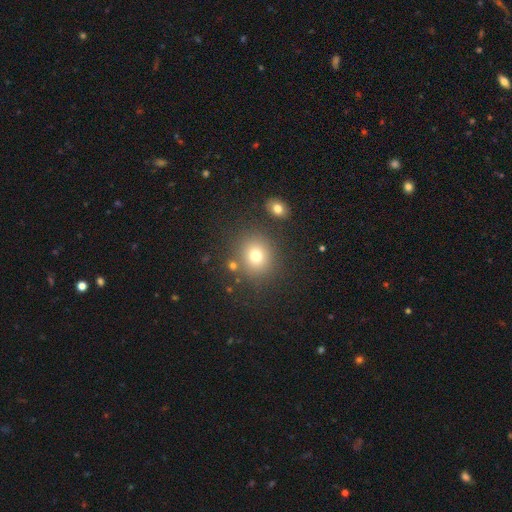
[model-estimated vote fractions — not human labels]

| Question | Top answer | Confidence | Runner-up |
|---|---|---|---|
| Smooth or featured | smooth | 74% | star or artifact (16%) |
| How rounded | round | 81% | in between (18%) |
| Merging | none | 81% | minor disturbance (9%) |